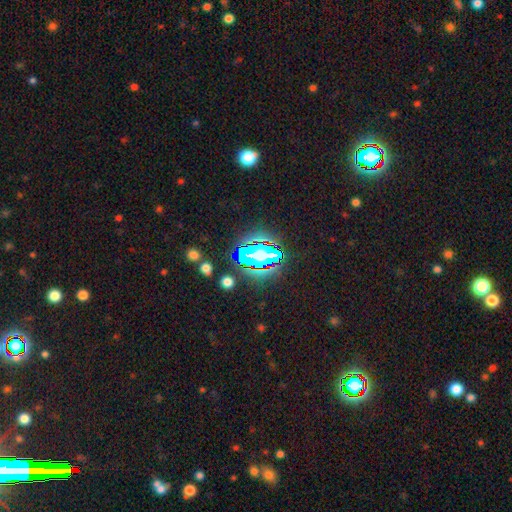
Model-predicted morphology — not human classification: A star or artifact, not a galaxy (76%).